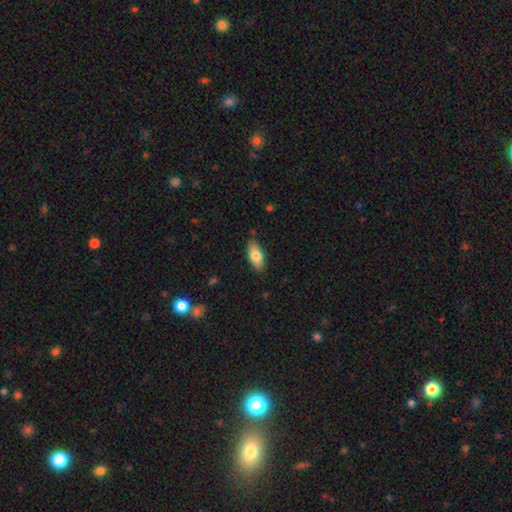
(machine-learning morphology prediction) Smooth or featured?
  - smooth: 77% *
  - featured or disk: 17%
  - star or artifact: 6%
How rounded?
  - in between: 87% *
  - cigar-shaped: 11%
  - round: 3%
Merging?
  - none: 85% *
  - minor disturbance: 12%
  - major disturbance: 2%
  - merger: 1%